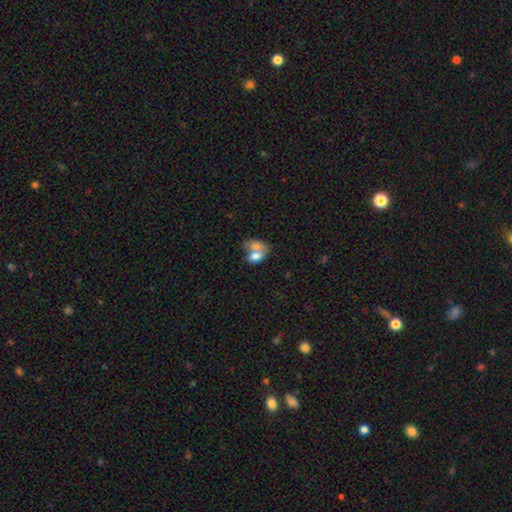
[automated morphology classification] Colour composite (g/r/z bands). It shows a smooth galaxy with no disk features (72%) that is in between round and cigar-shaped (77%). Merging: merger (71%).